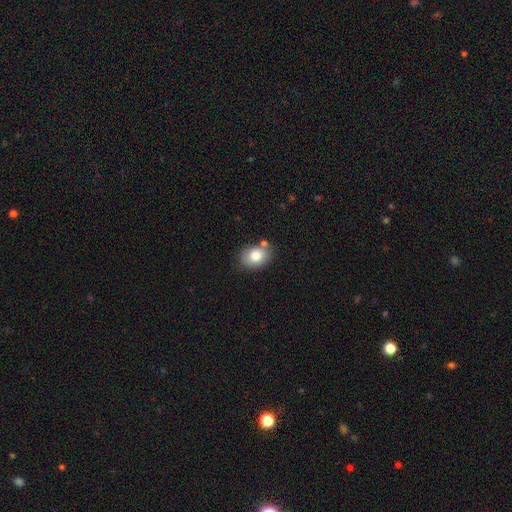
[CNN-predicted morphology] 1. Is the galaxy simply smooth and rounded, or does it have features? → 80% smooth, 12% featured or disk, 8% star or artifact.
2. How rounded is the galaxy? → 63% in between, 36% round, 1% cigar-shaped.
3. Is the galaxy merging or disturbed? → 69% none, 17% minor disturbance, 11% merger, 4% major disturbance.